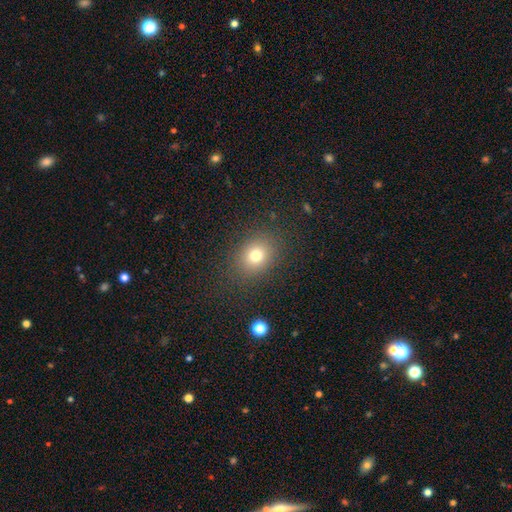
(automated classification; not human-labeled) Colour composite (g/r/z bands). It shows a smooth galaxy with no disk features (75%) that is round (55%). Merging: none (85%).